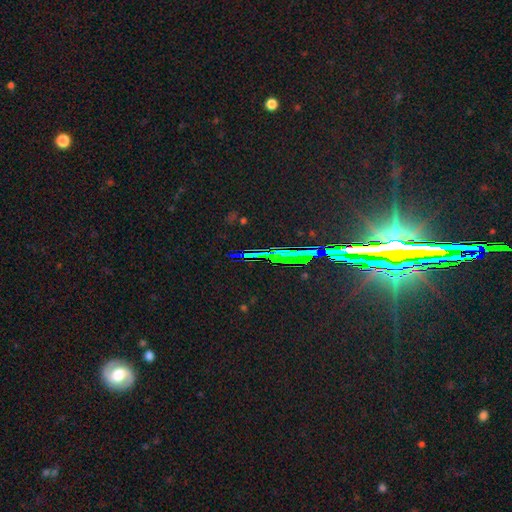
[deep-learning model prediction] Smooth or featured? Predicted: star or artifact (p=0.79).